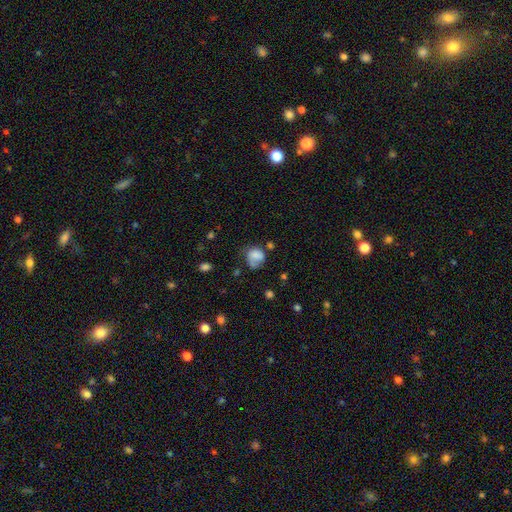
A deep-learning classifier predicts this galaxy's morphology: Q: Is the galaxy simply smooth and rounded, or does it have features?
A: smooth — 73%.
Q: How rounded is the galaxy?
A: round — 56%.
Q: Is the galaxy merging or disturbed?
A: none — 36%.